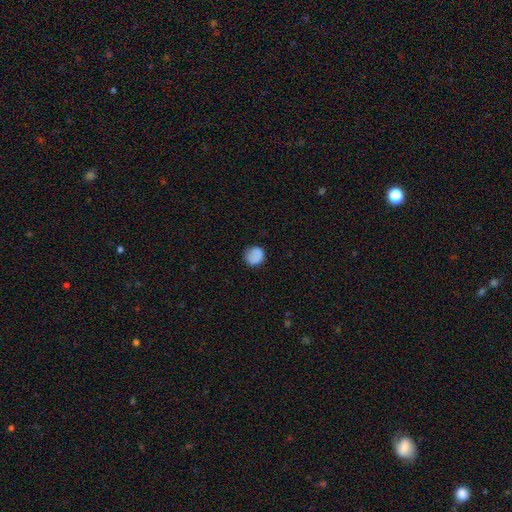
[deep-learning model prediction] A smooth galaxy with no disk features (86%) that is round (89%).

Vote fractions:
- Smooth or featured? smooth: 86% / star or artifact: 9% / featured or disk: 5%
- How rounded? round: 89% / in between: 10% / cigar-shaped: 1%
- Merging? none: 83% / minor disturbance: 13% / major disturbance: 3% / merger: 1%